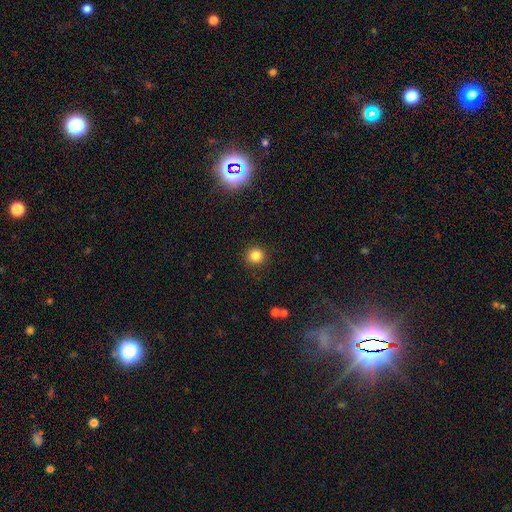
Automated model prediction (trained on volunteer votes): This appears to be a smooth galaxy with no disk features (83%) that is round (93%). Merging: none (91%).